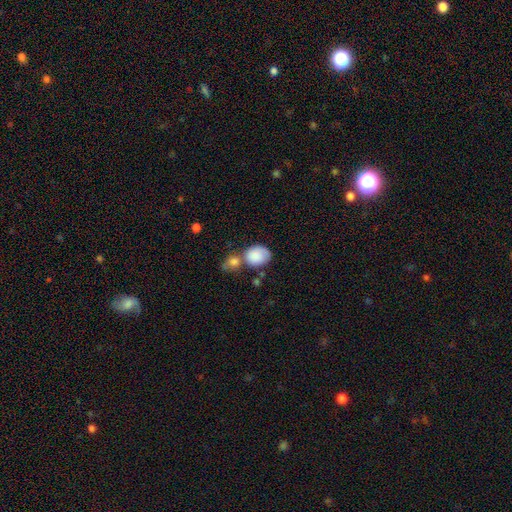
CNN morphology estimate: This appears to be a smooth galaxy with no disk features (85%) that is in between round and cigar-shaped (54%). Merging: none (38%).